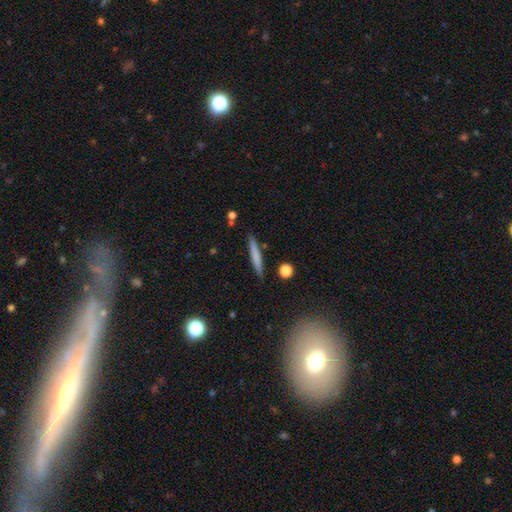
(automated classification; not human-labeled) smooth 68%, featured or disk 25%, star or artifact 6%. Down the decision tree: how rounded — cigar-shaped (95%); merging — none (89%).